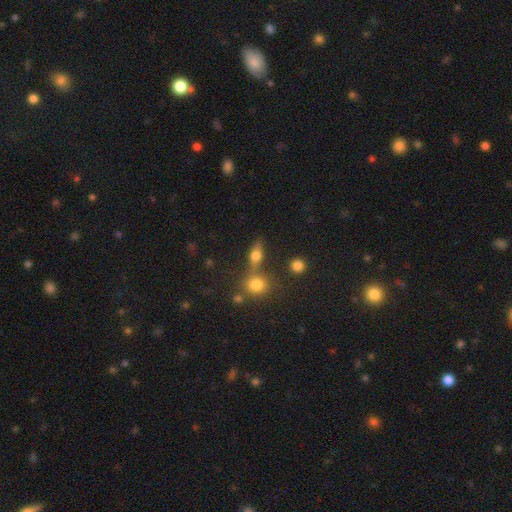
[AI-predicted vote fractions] smooth 63%, featured or disk 22%, star or artifact 15%. Down the decision tree: how rounded — in between (56%); merging — none (60%).